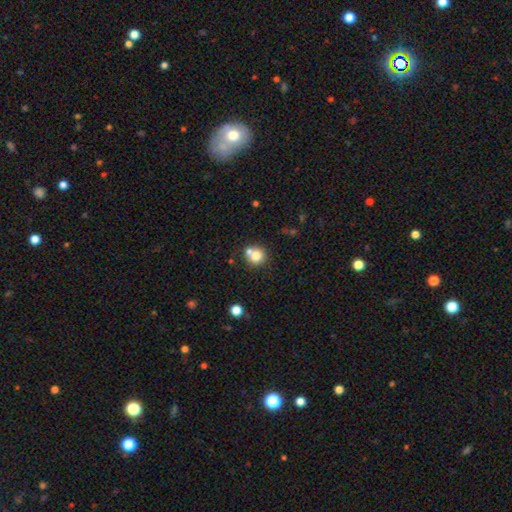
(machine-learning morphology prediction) A smooth galaxy with no disk features (77%) that is round (90%).

Vote fractions:
- Smooth or featured? smooth: 77% / featured or disk: 12% / star or artifact: 11%
- How rounded? round: 90% / in between: 9% / cigar-shaped: 1%
- Merging? none: 57% / merger: 31% / minor disturbance: 9% / major disturbance: 3%